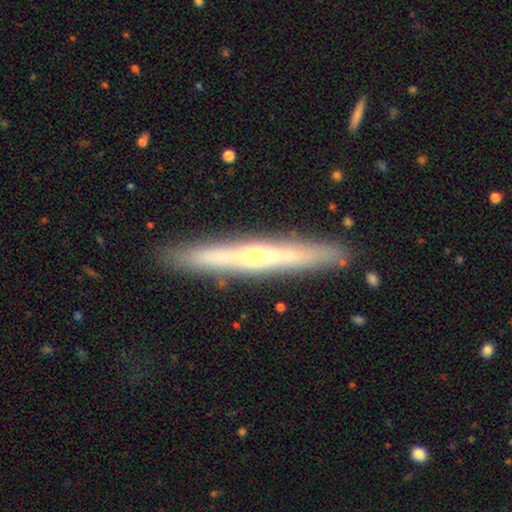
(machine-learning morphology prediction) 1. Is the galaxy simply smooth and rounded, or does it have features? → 63% featured or disk, 31% smooth, 6% star or artifact.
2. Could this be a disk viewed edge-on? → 94% yes, 6% no.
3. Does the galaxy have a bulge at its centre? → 44% rounded, 43% none, 13% boxy.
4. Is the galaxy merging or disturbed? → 88% none, 9% minor disturbance, 2% major disturbance, 2% merger.